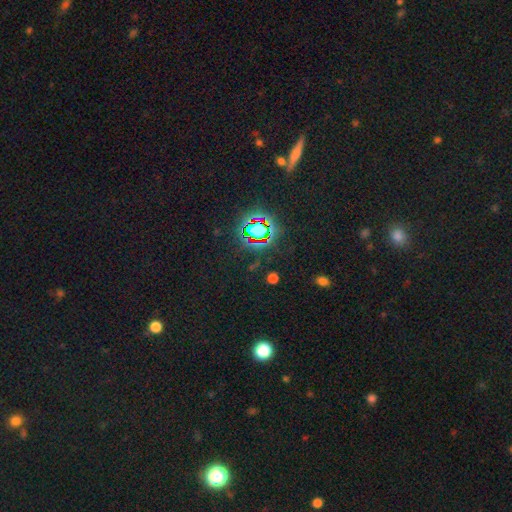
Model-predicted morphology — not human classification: This is likely a star or artifact rather than a galaxy (78%).